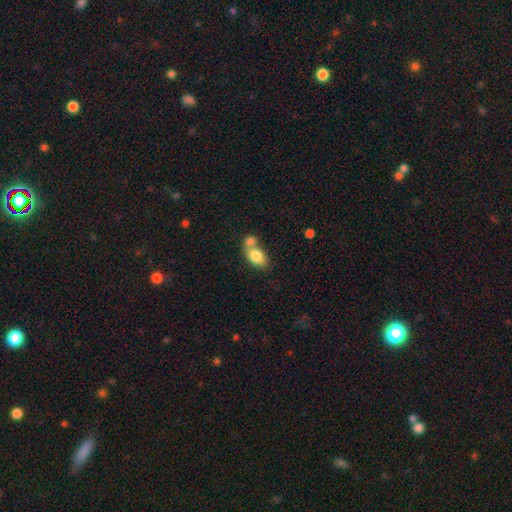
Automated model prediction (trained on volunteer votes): A smooth galaxy with no disk features (81%) that is in between round and cigar-shaped (83%).

Vote fractions:
- Smooth or featured? smooth: 81% / featured or disk: 12% / star or artifact: 7%
- How rounded? in between: 83% / round: 16% / cigar-shaped: 2%
- Merging? merger: 57% / none: 30% / minor disturbance: 9% / major disturbance: 4%